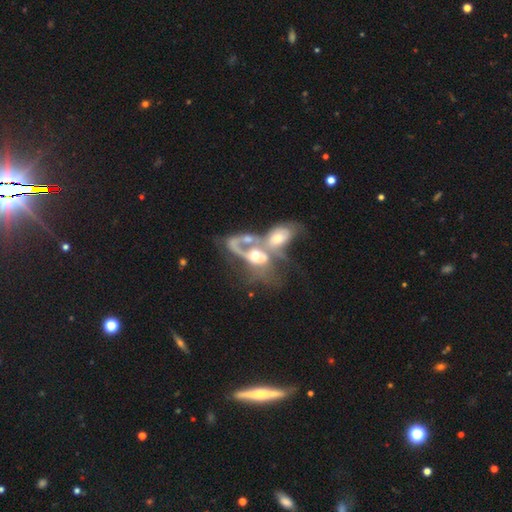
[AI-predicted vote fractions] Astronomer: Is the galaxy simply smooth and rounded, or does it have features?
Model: featured or disk — 70%.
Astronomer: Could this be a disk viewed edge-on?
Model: no — 94%.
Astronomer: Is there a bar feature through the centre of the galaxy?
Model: no — 71%.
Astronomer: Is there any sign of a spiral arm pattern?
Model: yes — 60% (runner-up: no, 40%).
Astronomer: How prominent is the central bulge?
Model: moderate — 62%.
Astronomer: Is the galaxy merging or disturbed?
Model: merger — 79%.